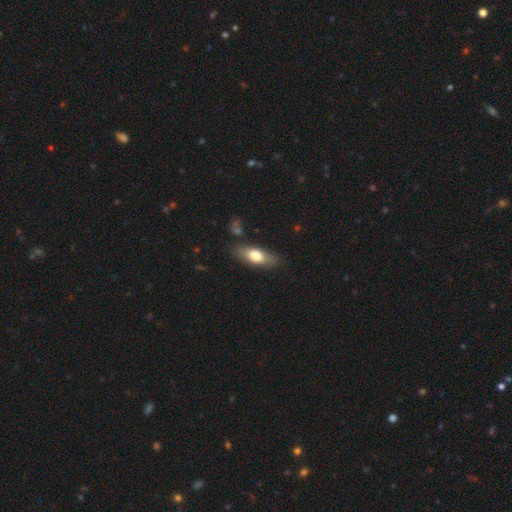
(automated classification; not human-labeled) Smooth or featured?
  - smooth: 66% *
  - featured or disk: 28%
  - star or artifact: 6%
How rounded?
  - in between: 67% *
  - cigar-shaped: 30%
  - round: 3%
Merging?
  - none: 80% *
  - minor disturbance: 13%
  - major disturbance: 3%
  - merger: 3%